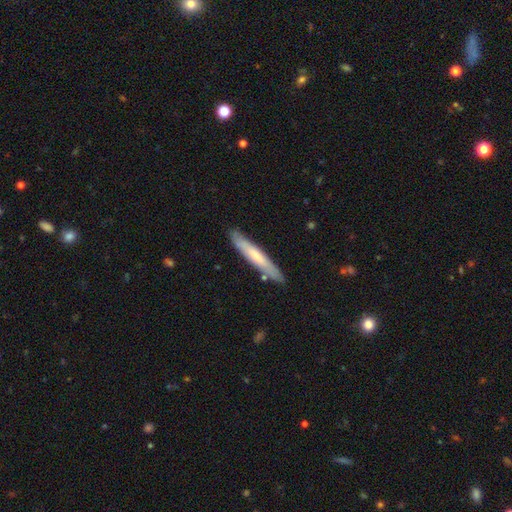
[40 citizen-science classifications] smooth_or_featured: smooth (p=0.65) [alt: featured or disk p=0.30]
how_rounded: cigar-shaped (p=0.92) [alt: in between p=0.08]
merging: none (p=0.89) [alt: minor disturbance p=0.08]